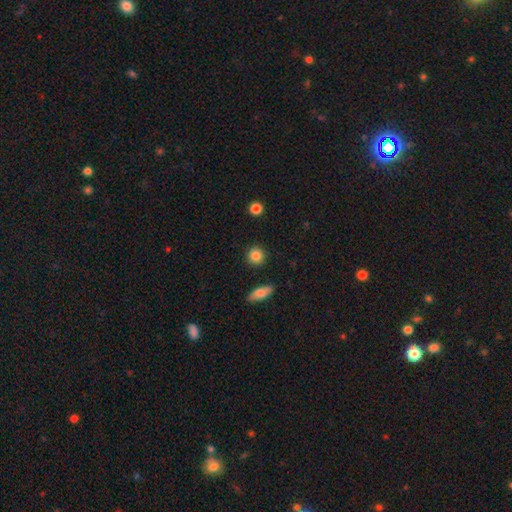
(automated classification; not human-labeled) The model was most divided on "smooth or featured": smooth: 85%, star or artifact: 9%, featured or disk: 6%. More confident: how rounded — round (90%); merging — none (90%).